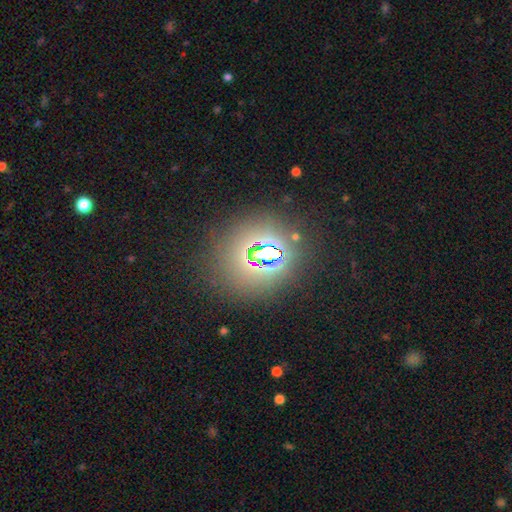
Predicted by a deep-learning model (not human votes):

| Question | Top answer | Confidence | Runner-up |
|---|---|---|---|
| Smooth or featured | star or artifact | 61% | smooth (28%) |